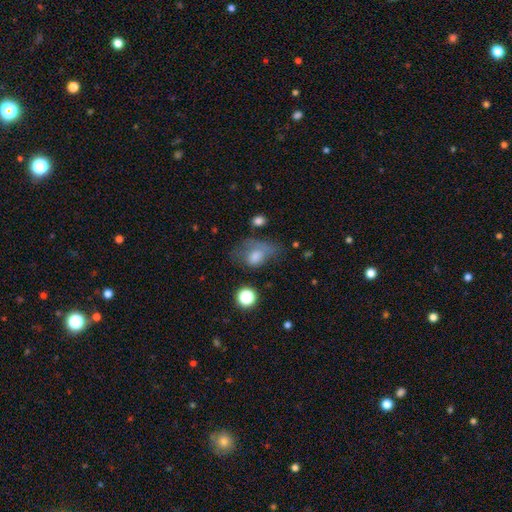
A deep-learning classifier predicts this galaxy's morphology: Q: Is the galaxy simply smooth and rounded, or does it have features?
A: smooth — 60%.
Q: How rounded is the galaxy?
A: in between — 73%.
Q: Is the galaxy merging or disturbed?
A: major disturbance — 34%.